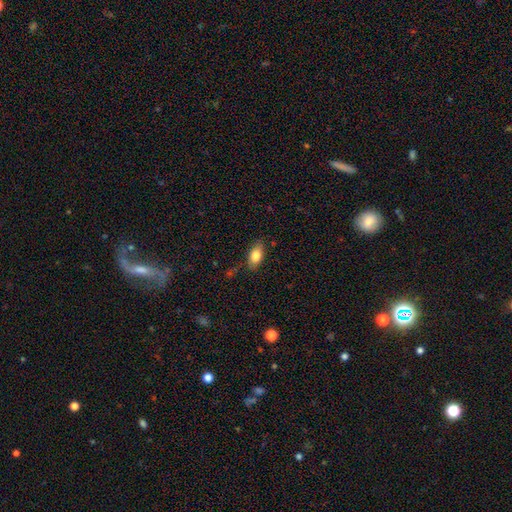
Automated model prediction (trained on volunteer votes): This appears to be a smooth galaxy with no disk features (80%) that is in between round and cigar-shaped (88%). Merging: none (80%).